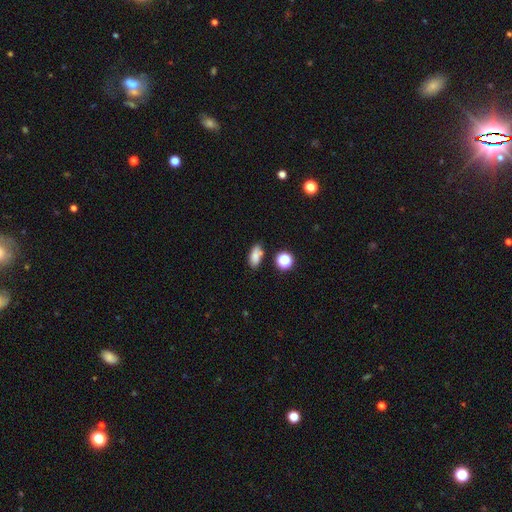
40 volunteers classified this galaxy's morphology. A smooth galaxy with no disk features (78%) that is in between round and cigar-shaped (71%).

Vote fractions:
- Smooth or featured? smooth: 78% / star or artifact: 12% / featured or disk: 10%
- How rounded? in between: 71% / cigar-shaped: 16% / round: 13%
- Merging? none: 57% / merger: 23% / minor disturbance: 17% / major disturbance: 3%